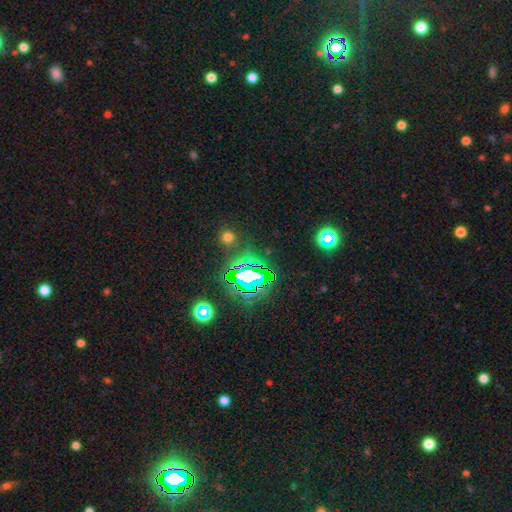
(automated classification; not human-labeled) The model was most divided on "smooth or featured": star or artifact: 79%, smooth: 13%, featured or disk: 8%.